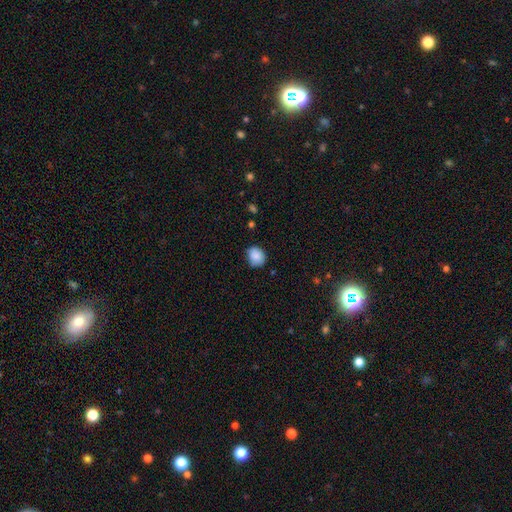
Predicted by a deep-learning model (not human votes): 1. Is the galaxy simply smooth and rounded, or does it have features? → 87% smooth, 8% star or artifact, 5% featured or disk.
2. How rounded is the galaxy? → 66% round, 33% in between, 1% cigar-shaped.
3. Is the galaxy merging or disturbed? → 78% none, 18% minor disturbance, 3% major disturbance, 1% merger.